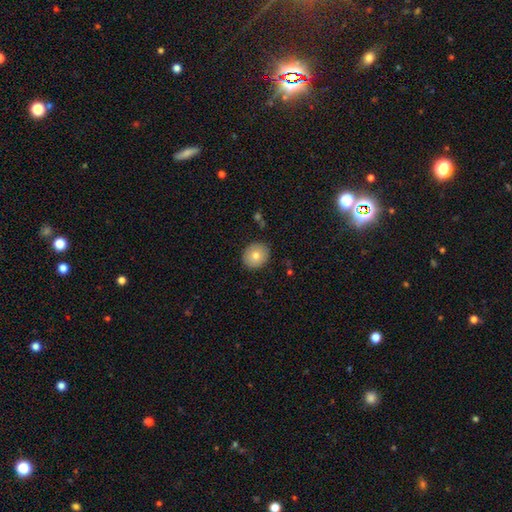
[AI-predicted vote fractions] Overall: smooth (77%). How rounded: round (80%). Merging: none (88%).